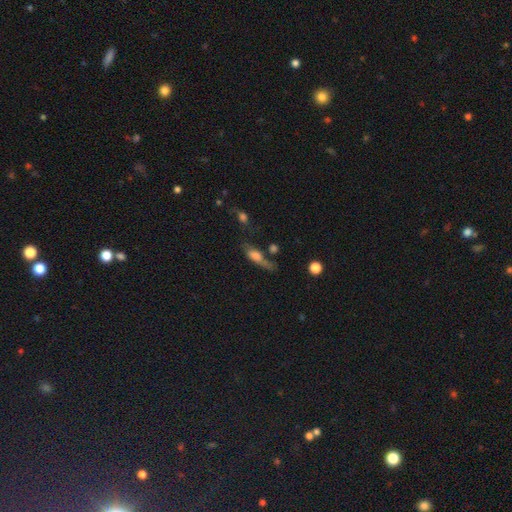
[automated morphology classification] smooth 61%, featured or disk 27%, star or artifact 12%. Down the decision tree: how rounded — in between (54%); merging — none (37%).